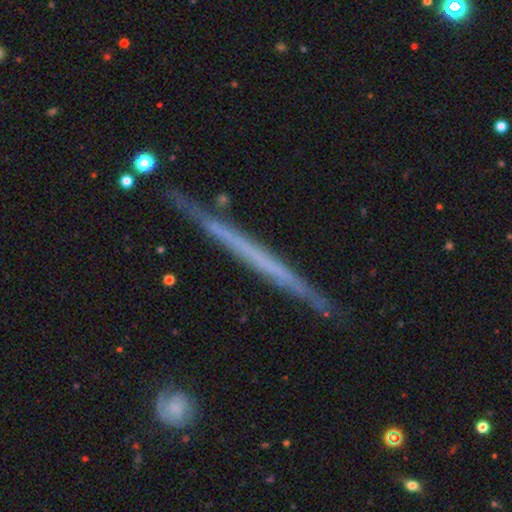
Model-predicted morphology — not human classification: This appears to be a featured or disk galaxy (63%) viewed edge-on (97%) with no central bulge (93%). Merging: none (88%).